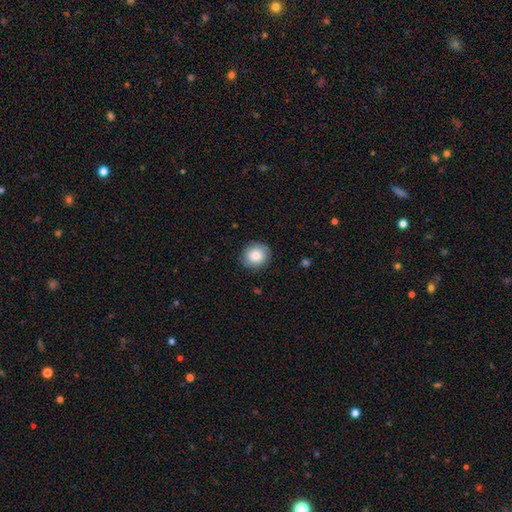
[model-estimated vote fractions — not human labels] Q: Smooth or featured?
A: smooth (80%); runner-up: featured or disk (13%)
Q: How rounded?
A: round (84%); runner-up: in between (15%)
Q: Merging?
A: none (85%); runner-up: minor disturbance (11%)